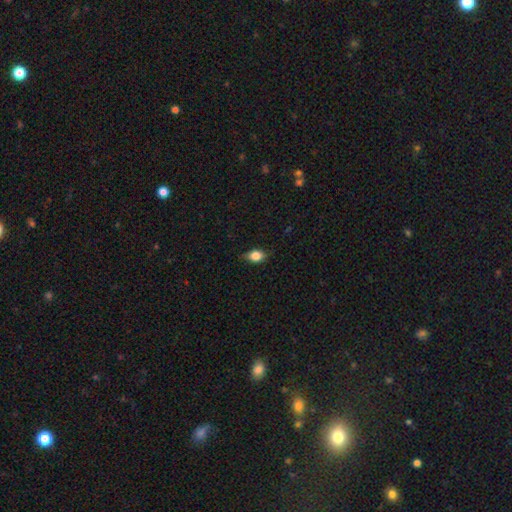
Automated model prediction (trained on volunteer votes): A smooth galaxy with no disk features (82%) that is in between round and cigar-shaped (72%). Merging: none (75%).